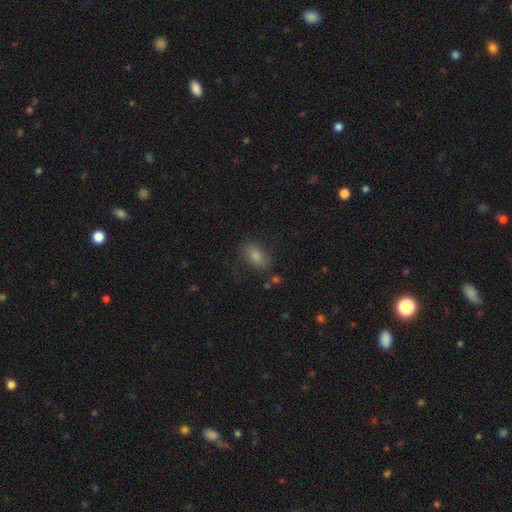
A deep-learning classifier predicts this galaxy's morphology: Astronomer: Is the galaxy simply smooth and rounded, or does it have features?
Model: smooth — 71%.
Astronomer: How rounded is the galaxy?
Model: in between — 82%.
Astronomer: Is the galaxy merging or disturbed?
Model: none — 81%.